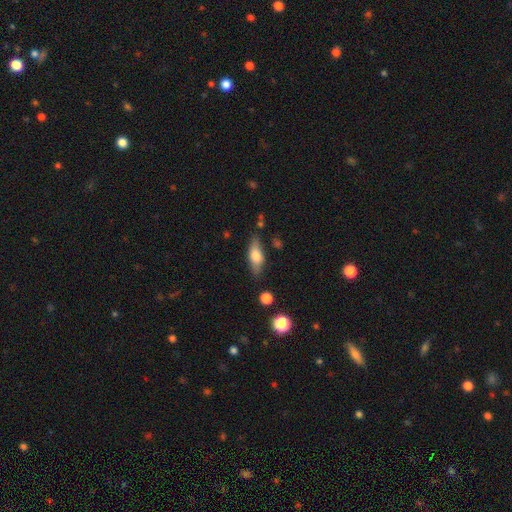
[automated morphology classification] This appears to be a smooth galaxy with no disk features (63%) that is in between round and cigar-shaped (67%). Merging: none (78%).